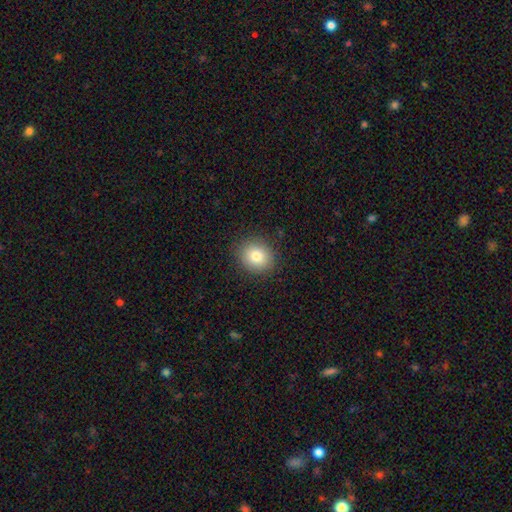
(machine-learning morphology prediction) This appears to be a smooth galaxy with no disk features (81%) that is round (76%). Merging: none (89%).